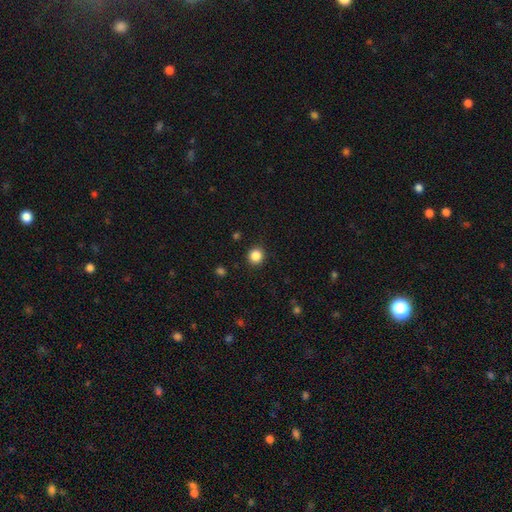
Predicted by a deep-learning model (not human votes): Morphology: type=smooth (86%); roundness=round (91%); merging=none (91%).